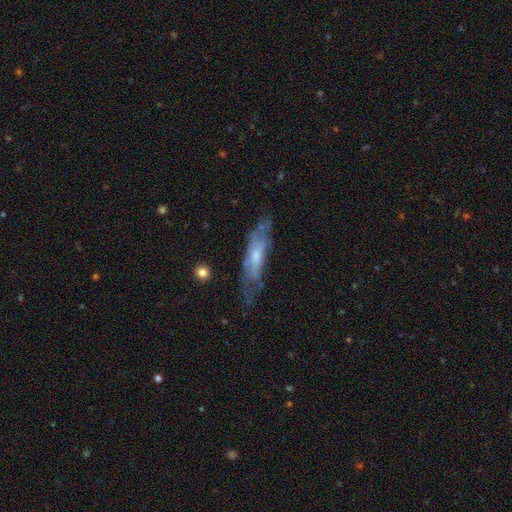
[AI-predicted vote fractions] Smooth or featured? Predicted: featured or disk (p=0.56). Edge-on disk? Predicted: no (p=0.54). Merging? Predicted: none (p=0.56).